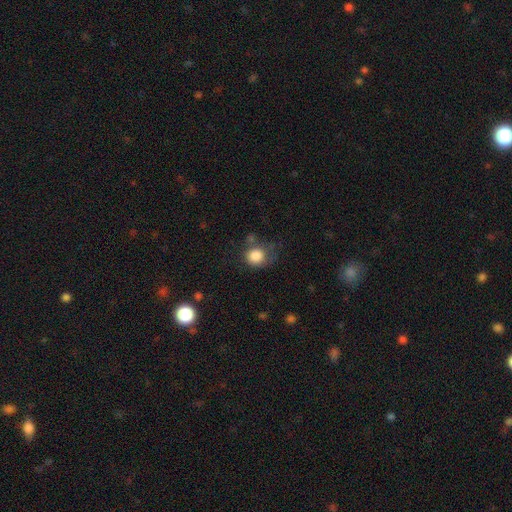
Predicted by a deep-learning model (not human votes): Smooth or featured?
  - smooth: 84% *
  - star or artifact: 9%
  - featured or disk: 7%
How rounded?
  - round: 76% *
  - in between: 23%
  - cigar-shaped: 1%
Merging?
  - none: 51% *
  - minor disturbance: 27%
  - major disturbance: 14%
  - merger: 7%